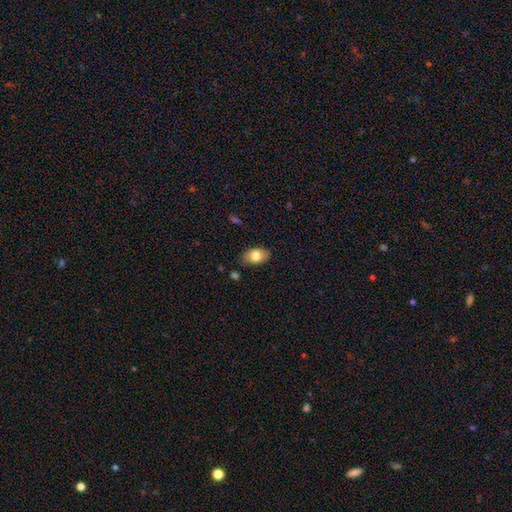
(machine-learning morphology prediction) A smooth galaxy with no disk features (78%) that is in between round and cigar-shaped (89%).

Vote fractions:
- Smooth or featured? smooth: 78% / featured or disk: 15% / star or artifact: 7%
- How rounded? in between: 89% / round: 9% / cigar-shaped: 2%
- Merging? none: 78% / minor disturbance: 17% / major disturbance: 3% / merger: 2%